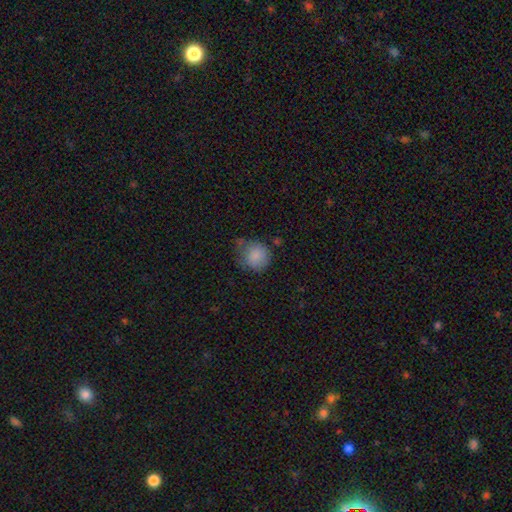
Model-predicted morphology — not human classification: type=smooth (83%); roundness=round (83%); merging=none (46%).